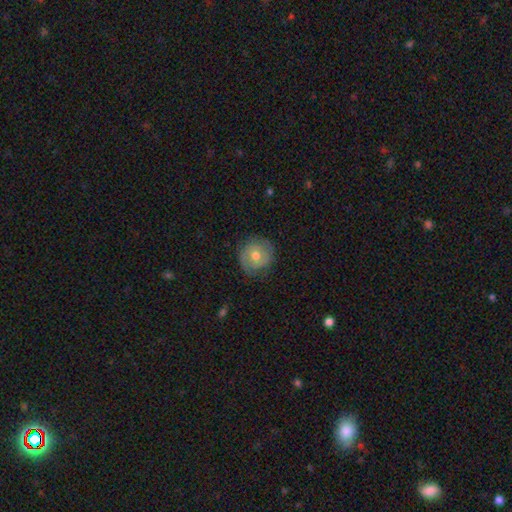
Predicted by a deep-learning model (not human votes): Q: Smooth or featured?
A: smooth (46%); tied with: featured or disk (46%)
Q: Merging?
A: none (77%); runner-up: minor disturbance (17%)